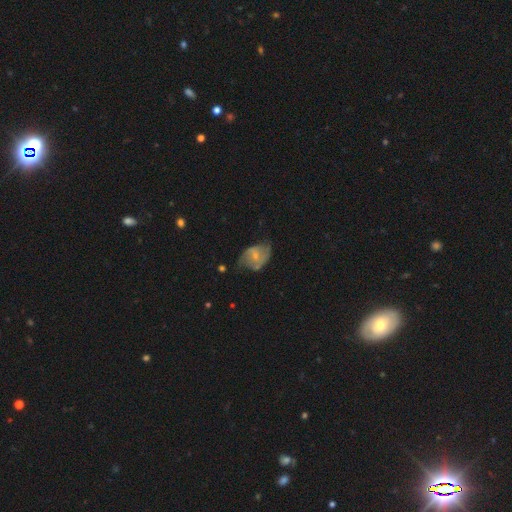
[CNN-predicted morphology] Q: Smooth or featured?
A: featured or disk (60%); runner-up: smooth (33%)
Q: Edge-on disk?
A: no (96%); runner-up: yes (4%)
Q: Bar?
A: weak (46%); runner-up: no (42%)
Q: Spiral arms?
A: yes (76%); runner-up: no (24%)
Q: Bulge size?
A: small (60%); runner-up: moderate (30%)
Q: Merging?
A: none (48%); runner-up: minor disturbance (33%)